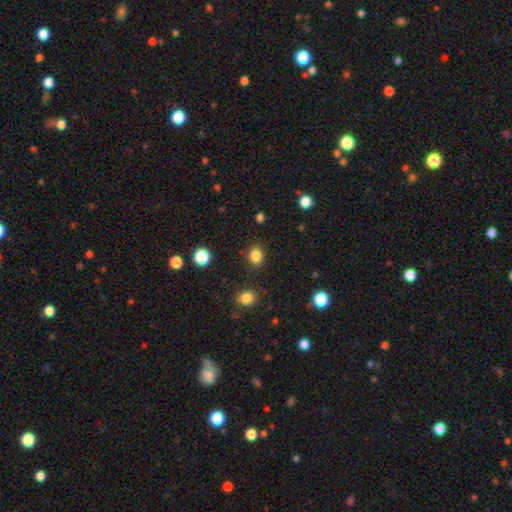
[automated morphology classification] smooth_or_featured: smooth (p=0.84) [alt: star or artifact p=0.12]
how_rounded: round (p=0.55) [alt: in between p=0.44]
merging: none (p=0.85) [alt: minor disturbance p=0.10]